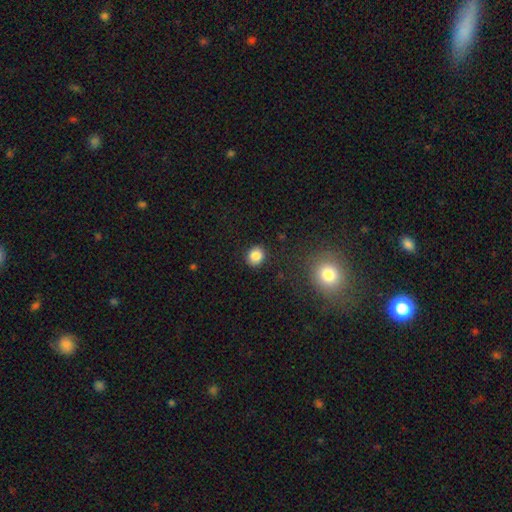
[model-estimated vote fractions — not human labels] Morphology: type=smooth (85%); roundness=round (72%); merging=none (88%).